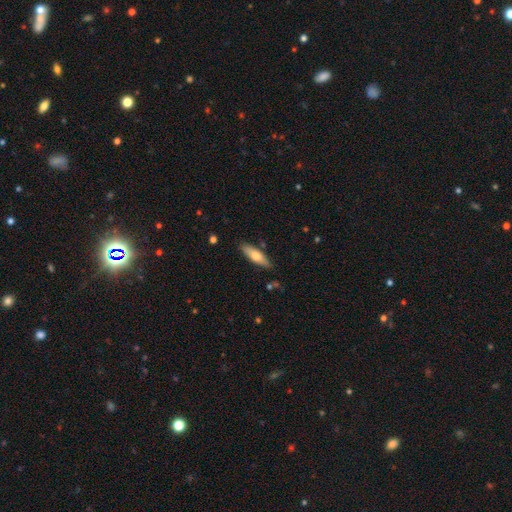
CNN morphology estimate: A smooth galaxy with no disk features (64%) that is cigar-shaped (51%).

Vote fractions:
- Smooth or featured? smooth: 64% / featured or disk: 30% / star or artifact: 6%
- How rounded? cigar-shaped: 51% / in between: 47% / round: 2%
- Merging? none: 83% / minor disturbance: 12% / major disturbance: 2% / merger: 2%